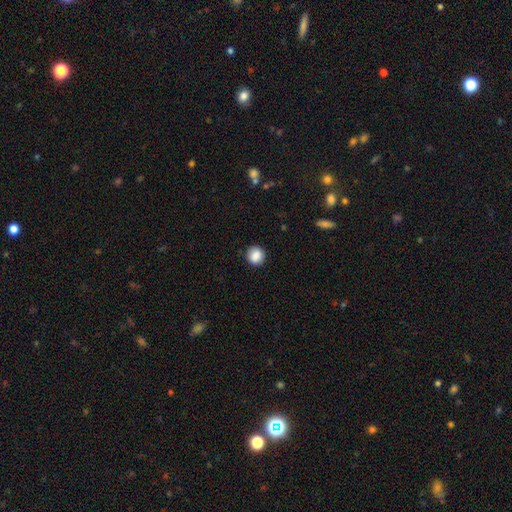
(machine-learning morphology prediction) A smooth galaxy with no disk features (87%) that is round (87%).

Vote fractions:
- Smooth or featured? smooth: 87% / star or artifact: 8% / featured or disk: 5%
- How rounded? round: 87% / in between: 12% / cigar-shaped: 1%
- Merging? none: 89% / minor disturbance: 8% / major disturbance: 2% / merger: 1%